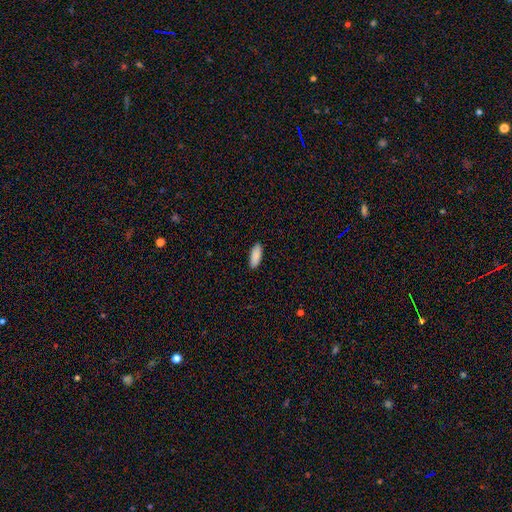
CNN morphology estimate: Smooth or featured? smooth (90%)
How rounded? in between (77%)
Merging? none (91%)